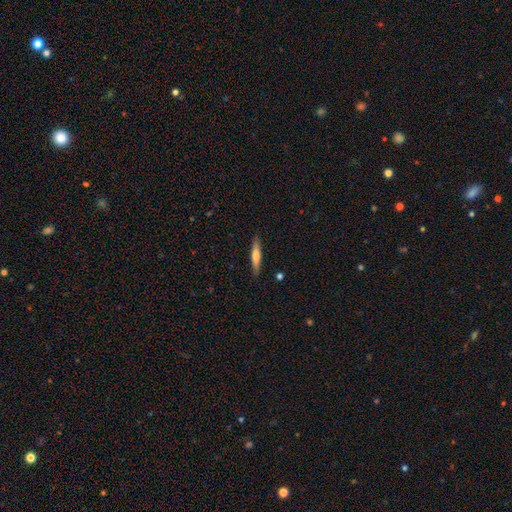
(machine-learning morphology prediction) Smooth or featured?
  - smooth: 59% *
  - featured or disk: 36%
  - star or artifact: 6%
How rounded?
  - cigar-shaped: 90% *
  - in between: 9%
  - round: 1%
Merging?
  - none: 88% *
  - minor disturbance: 9%
  - major disturbance: 2%
  - merger: 1%